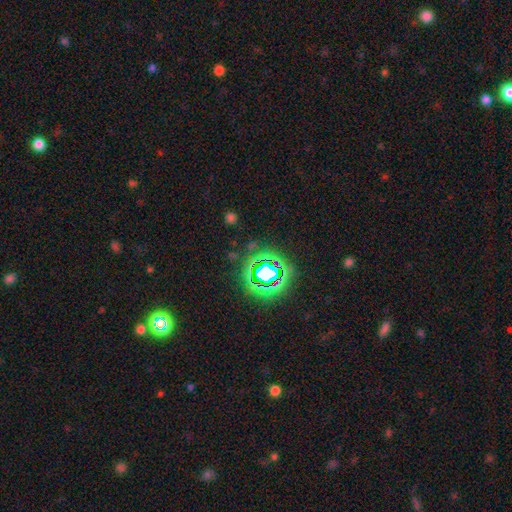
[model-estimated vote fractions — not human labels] Morphology: type=star or artifact (79%).